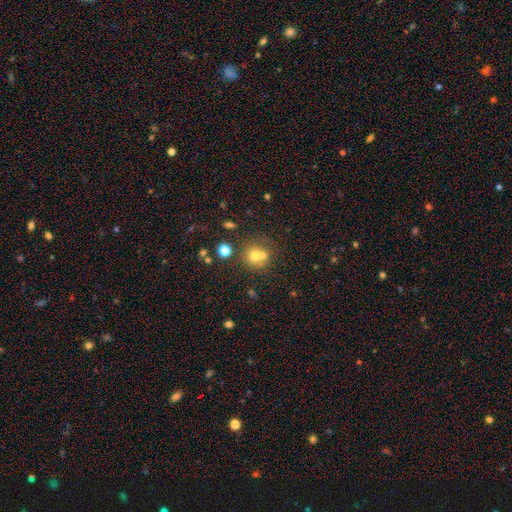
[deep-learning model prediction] Morphology: type=smooth (62%); roundness=round (84%); merging=none (46%).